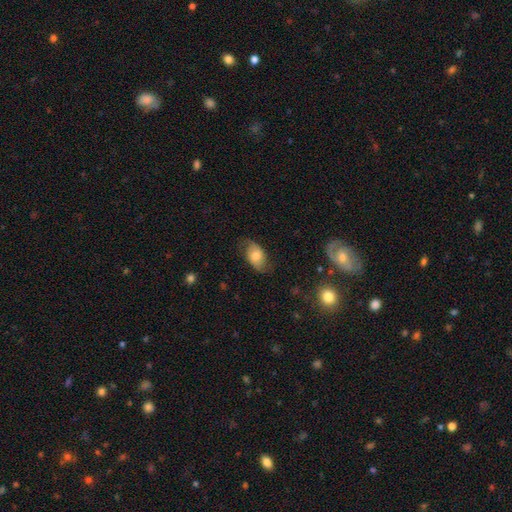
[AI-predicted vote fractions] A smooth galaxy with no disk features (67%) that is in between round and cigar-shaped (90%). Merging: none (68%).